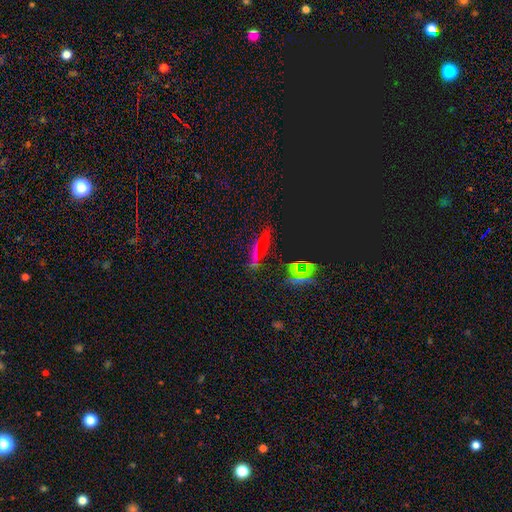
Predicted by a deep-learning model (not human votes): This appears to be a star or artifact, not a galaxy (44%).